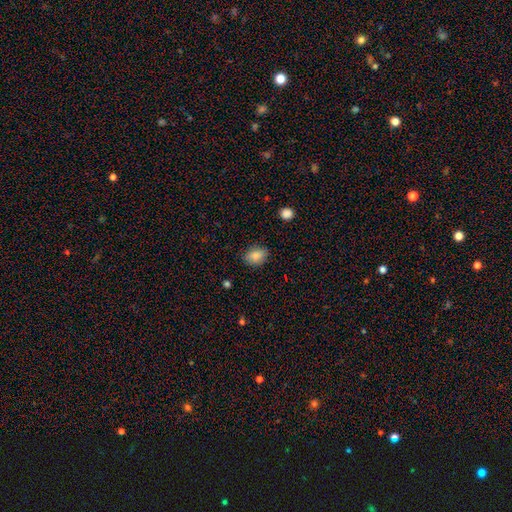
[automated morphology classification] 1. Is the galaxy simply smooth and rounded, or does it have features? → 86% smooth, 8% star or artifact, 6% featured or disk.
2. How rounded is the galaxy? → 74% in between, 25% round, 1% cigar-shaped.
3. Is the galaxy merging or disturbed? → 81% none, 15% minor disturbance, 3% major disturbance, 1% merger.